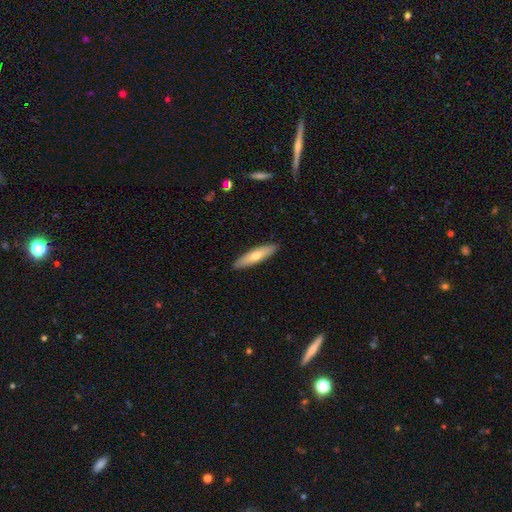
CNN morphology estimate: This appears to be a smooth galaxy with no disk features (61%) that is cigar-shaped (73%). Merging: none (91%).